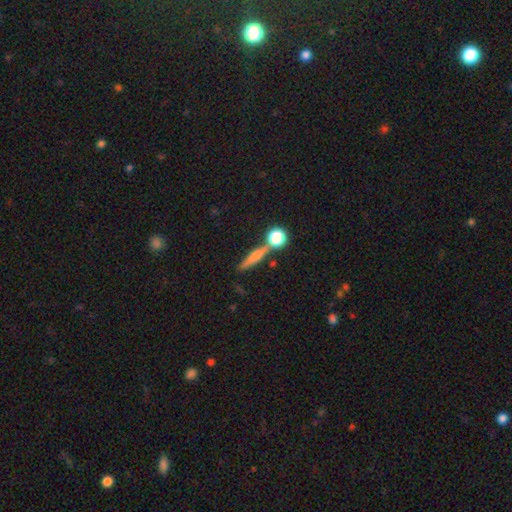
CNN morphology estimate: Smooth or featured? smooth (48%)
Merging? none (69%)